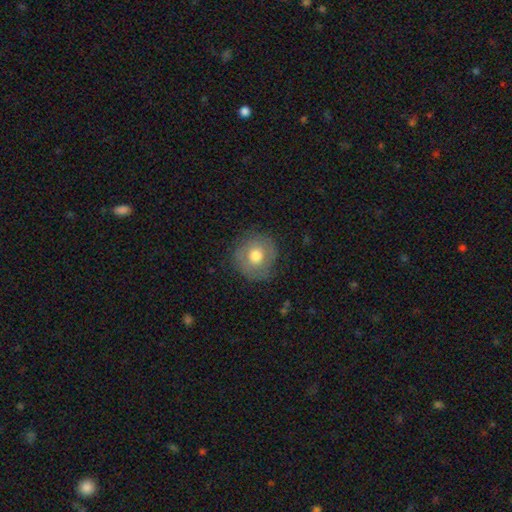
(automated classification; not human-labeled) smooth 66%, featured or disk 26%, star or artifact 9%. Down the decision tree: how rounded — round (91%); merging — none (81%).